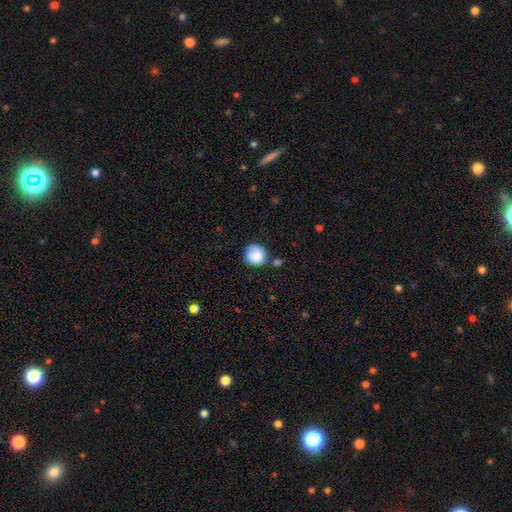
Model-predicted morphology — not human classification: A smooth galaxy with no disk features (83%) that is round (91%).

Vote fractions:
- Smooth or featured? smooth: 83% / featured or disk: 9% / star or artifact: 8%
- How rounded? round: 91% / in between: 8% / cigar-shaped: 1%
- Merging? none: 69% / minor disturbance: 20% / merger: 7% / major disturbance: 5%